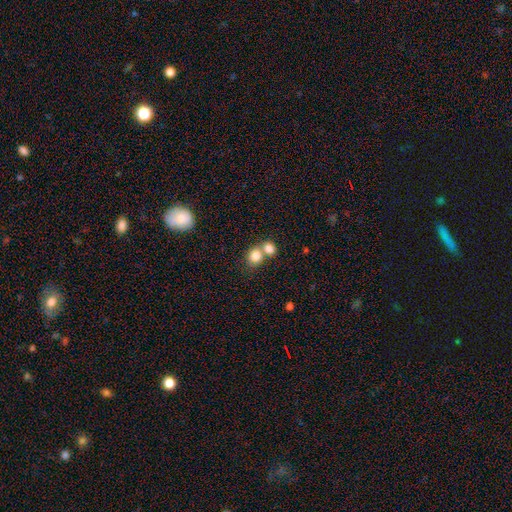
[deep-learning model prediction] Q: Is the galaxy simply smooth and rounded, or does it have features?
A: smooth — 82%.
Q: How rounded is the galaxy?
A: round — 70%.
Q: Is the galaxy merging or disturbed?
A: merger — 53%.